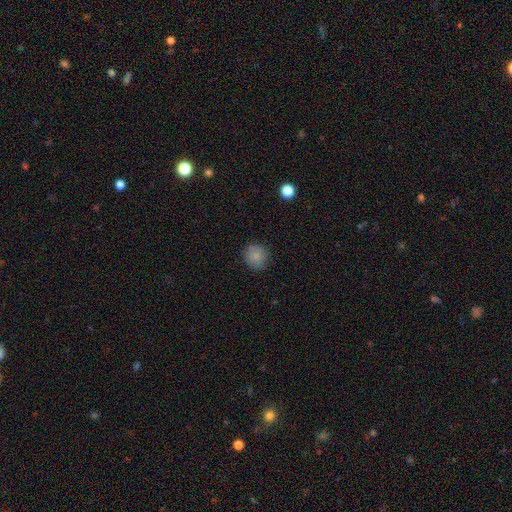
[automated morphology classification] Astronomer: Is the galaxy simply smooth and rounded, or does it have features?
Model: smooth — 84%.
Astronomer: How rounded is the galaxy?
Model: round — 90%.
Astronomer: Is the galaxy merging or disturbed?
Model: none — 86%.